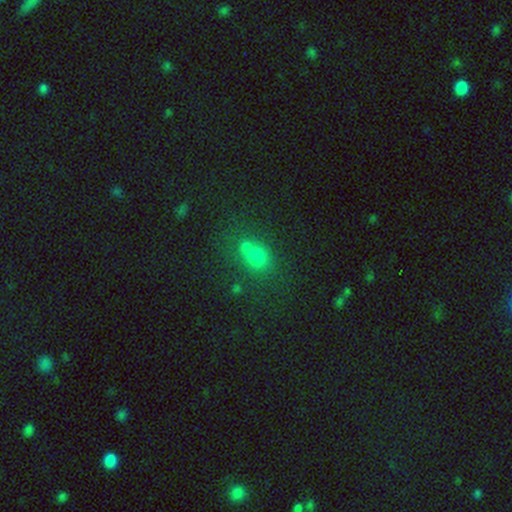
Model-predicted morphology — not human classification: A smooth galaxy with no disk features (68%) that is round (67%). Merging: merger (50%).